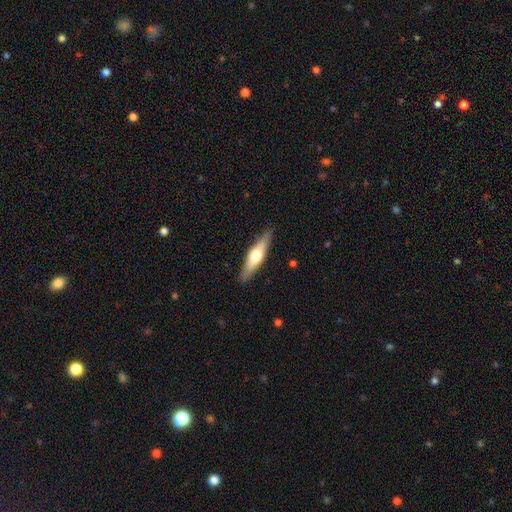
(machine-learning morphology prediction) Smooth or featured? Predicted: featured or disk (p=0.50). Merging? Predicted: none (p=0.88).